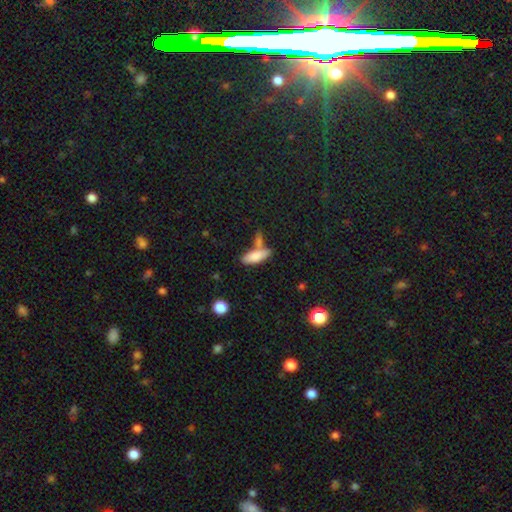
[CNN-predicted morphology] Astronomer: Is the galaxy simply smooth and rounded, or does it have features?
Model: smooth — 80%.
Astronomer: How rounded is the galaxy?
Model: in between — 62%.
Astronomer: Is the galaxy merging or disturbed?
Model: none — 52% (runner-up: merger, 29%).